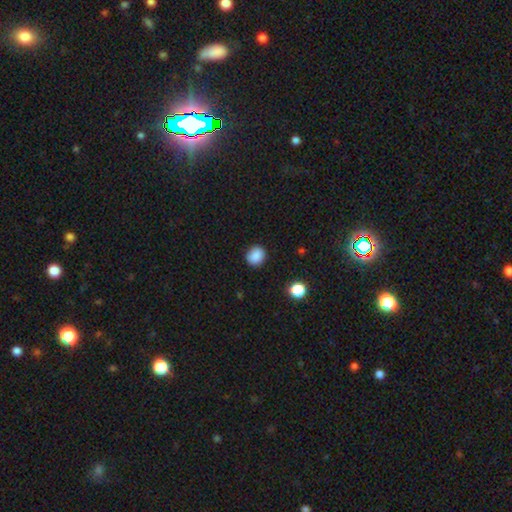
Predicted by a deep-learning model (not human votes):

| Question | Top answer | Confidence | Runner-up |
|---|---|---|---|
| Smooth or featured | smooth | 86% | star or artifact (10%) |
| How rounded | round | 81% | in between (18%) |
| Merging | none | 87% | minor disturbance (9%) |